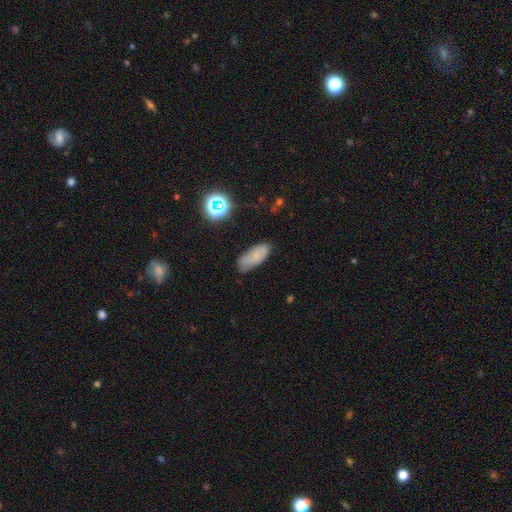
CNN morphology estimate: smooth 71%, featured or disk 15%, star or artifact 13%. Down the decision tree: how rounded — in between (81%); merging — none (69%).